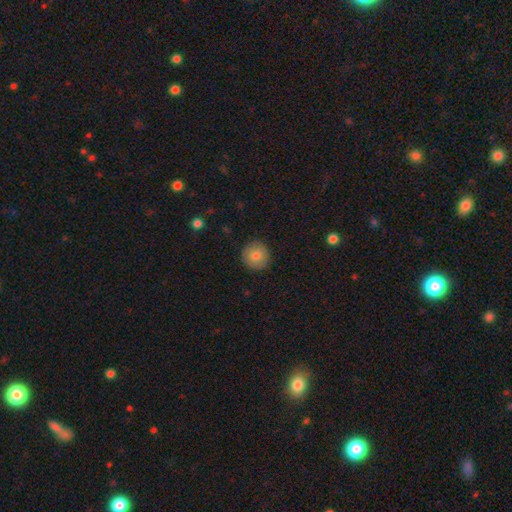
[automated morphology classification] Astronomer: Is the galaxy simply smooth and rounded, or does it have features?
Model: smooth — 82%.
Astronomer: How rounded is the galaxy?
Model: round — 94%.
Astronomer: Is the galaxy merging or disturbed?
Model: none — 90%.